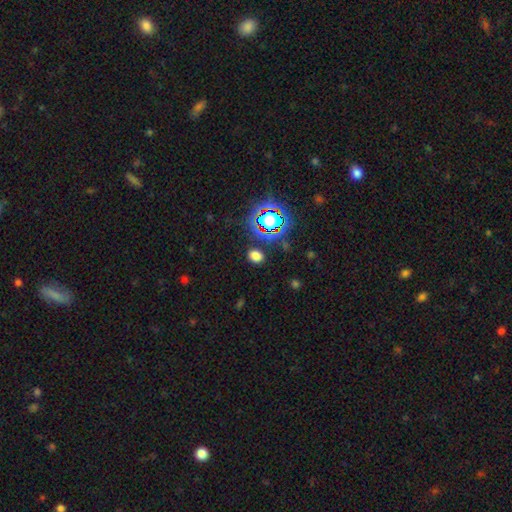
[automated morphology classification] Smooth or featured?
  - smooth: 69% *
  - star or artifact: 25%
  - featured or disk: 6%
How rounded?
  - in between: 55% *
  - round: 43%
  - cigar-shaped: 2%
Merging?
  - none: 85% *
  - minor disturbance: 9%
  - major disturbance: 3%
  - merger: 3%